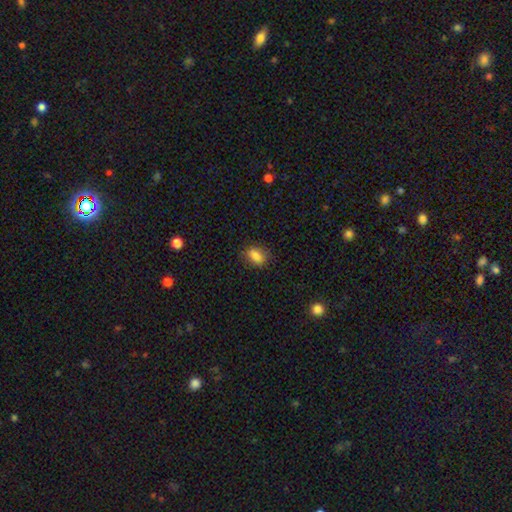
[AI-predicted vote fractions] smooth 83%, star or artifact 9%, featured or disk 8%. Down the decision tree: how rounded — in between (78%); merging — none (81%).